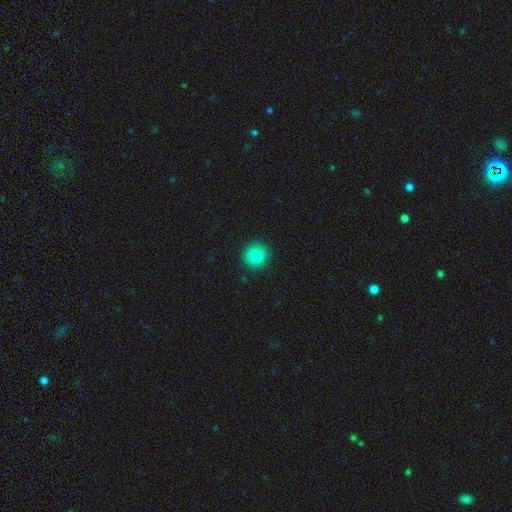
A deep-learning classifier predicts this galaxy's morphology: smooth-or-featured: smooth: 80% | star or artifact: 10% | featured or disk: 10%
  how-rounded: round: 94% | in between: 5% | cigar-shaped: 1%
  merging: none: 92% | minor disturbance: 5% | major disturbance: 2% | merger: 1%